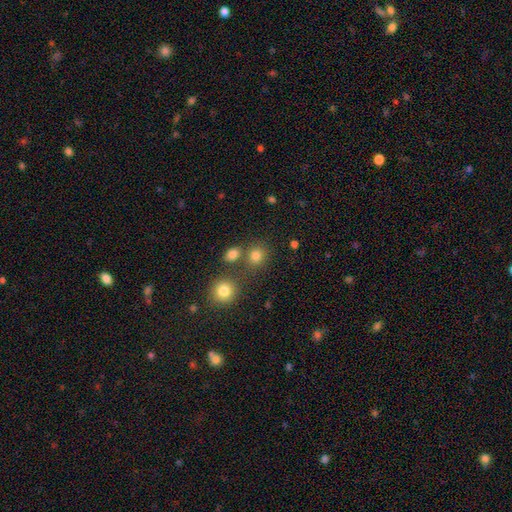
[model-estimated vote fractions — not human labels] smooth-or-featured: smooth: 78% | star or artifact: 15% | featured or disk: 6%
  how-rounded: round: 79% | in between: 19% | cigar-shaped: 1%
  merging: none: 68% | merger: 20% | minor disturbance: 9% | major disturbance: 4%